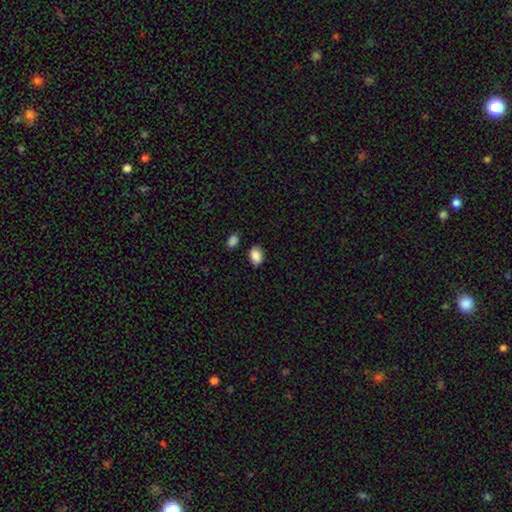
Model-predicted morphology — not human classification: smooth 89%, star or artifact 8%, featured or disk 3%. Down the decision tree: how rounded — in between (79%); merging — none (83%).